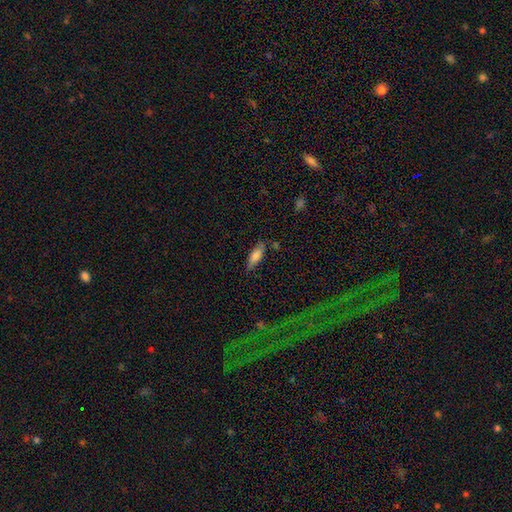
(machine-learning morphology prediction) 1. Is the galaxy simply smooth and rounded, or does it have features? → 79% smooth, 14% featured or disk, 7% star or artifact.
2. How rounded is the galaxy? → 57% in between, 41% cigar-shaped, 2% round.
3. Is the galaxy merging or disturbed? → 74% none, 18% minor disturbance, 4% major disturbance, 4% merger.